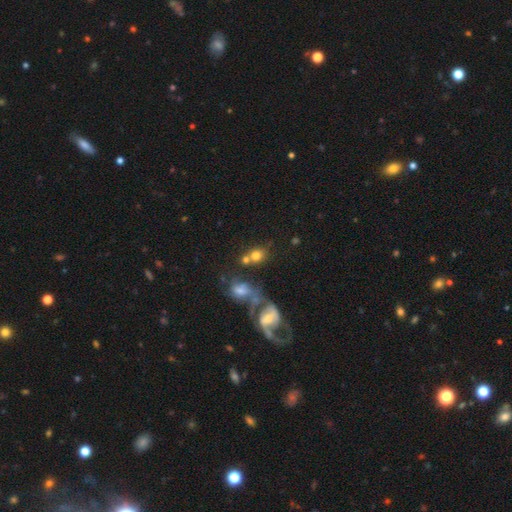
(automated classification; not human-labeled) smooth 68%, featured or disk 19%, star or artifact 13%. Down the decision tree: how rounded — round (62%); merging — none (41%).